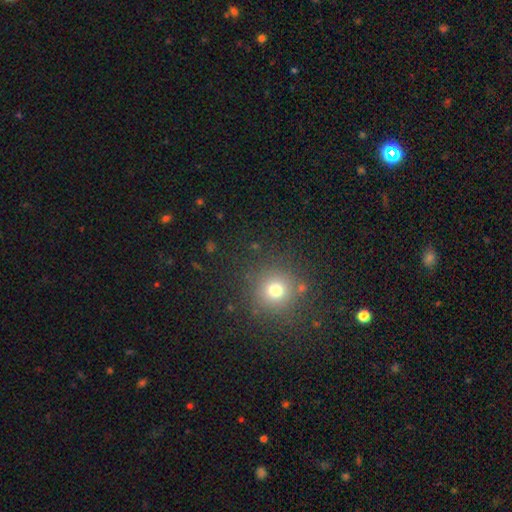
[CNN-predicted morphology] smooth 59%, star or artifact 35%, featured or disk 6%. Down the decision tree: how rounded — round (94%); merging — none (90%).